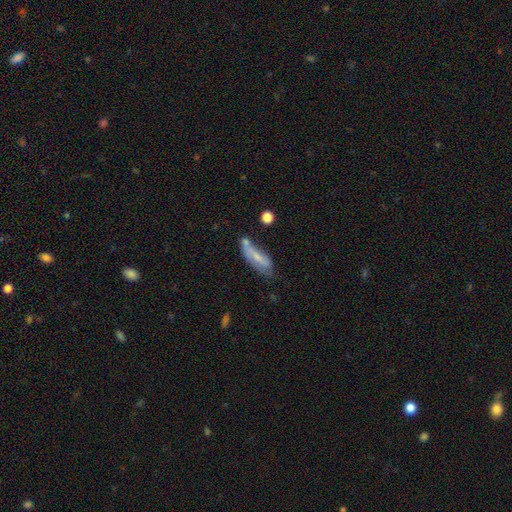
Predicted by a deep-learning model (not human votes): smooth_or_featured: smooth (p=0.50) [alt: featured or disk p=0.41]
merging: none (p=0.46) [alt: minor disturbance p=0.28]